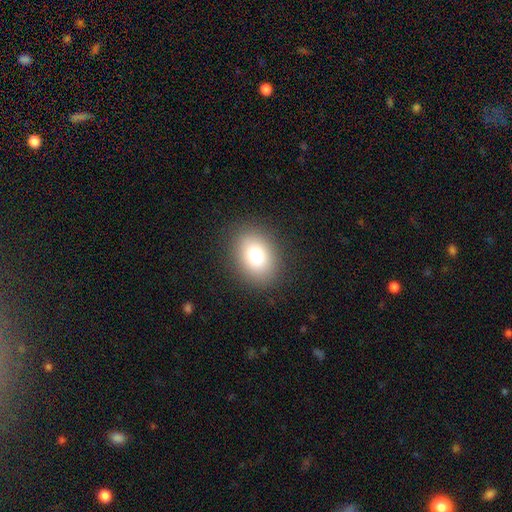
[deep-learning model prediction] smooth-or-featured: smooth: 78% | star or artifact: 11% | featured or disk: 10%
  how-rounded: in between: 59% | round: 40% | cigar-shaped: 1%
  merging: none: 87% | minor disturbance: 9% | major disturbance: 4% | merger: 1%